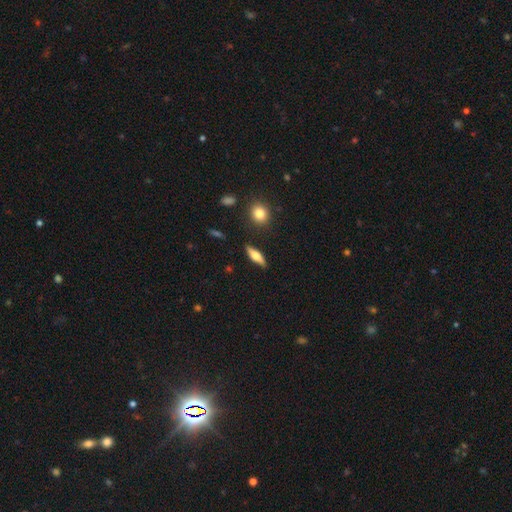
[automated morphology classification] A smooth galaxy with no disk features (51%) that is cigar-shaped (53%).

Vote fractions:
- Smooth or featured? smooth: 51% / featured or disk: 42% / star or artifact: 7%
- How rounded? cigar-shaped: 53% / in between: 43% / round: 4%
- Merging? none: 84% / minor disturbance: 11% / major disturbance: 3% / merger: 2%